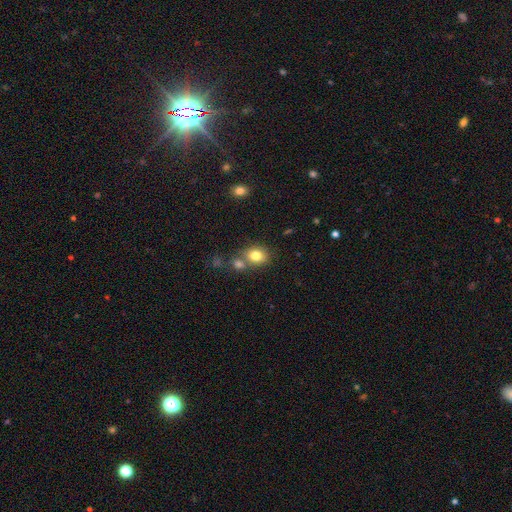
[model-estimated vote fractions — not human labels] Morphology: type=smooth (80%); roundness=round (51%); merging=none (57%).